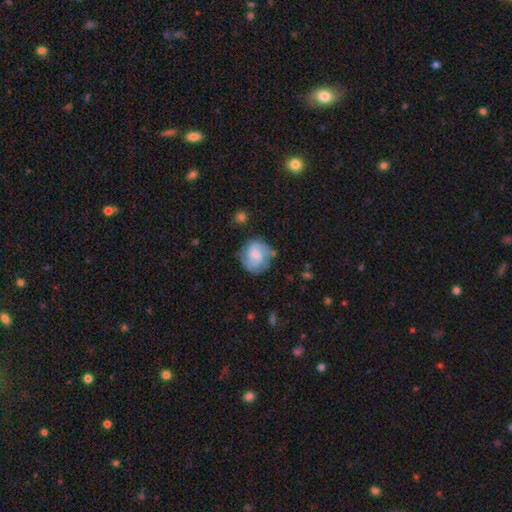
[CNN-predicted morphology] A featured or disk galaxy (65%) with no bar (48%), 2 (66%) medium (45%) spiral arms (91%) and a small central bulge (49%). Merging: none (71%).